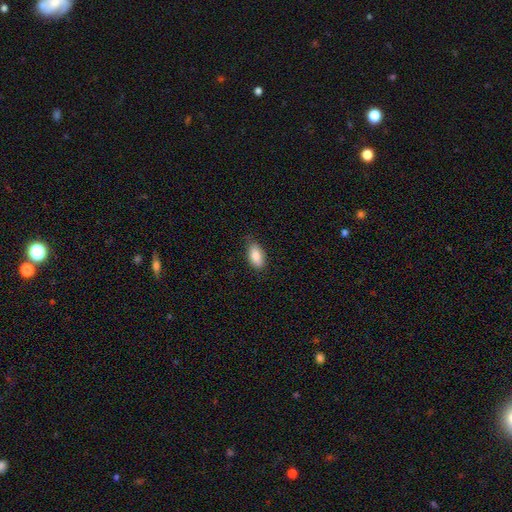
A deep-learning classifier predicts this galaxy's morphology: This is clearly a smooth galaxy (84%). How rounded: clearly in between (90%). Merging: likely none (75%).